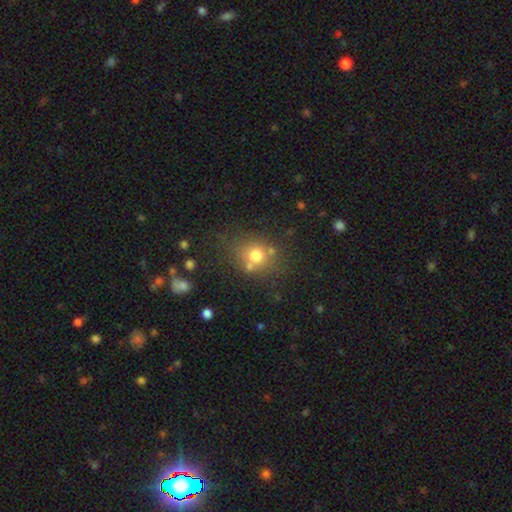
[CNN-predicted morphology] type=smooth (71%); roundness=round (76%); merging=none (66%).